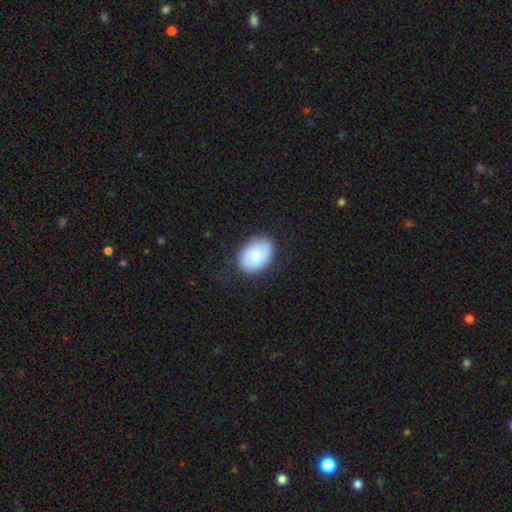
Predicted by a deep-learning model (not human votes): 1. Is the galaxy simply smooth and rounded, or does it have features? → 82% smooth, 11% featured or disk, 6% star or artifact.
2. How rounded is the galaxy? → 81% in between, 18% round, 1% cigar-shaped.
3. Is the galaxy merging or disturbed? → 72% none, 20% minor disturbance, 7% major disturbance, 1% merger.